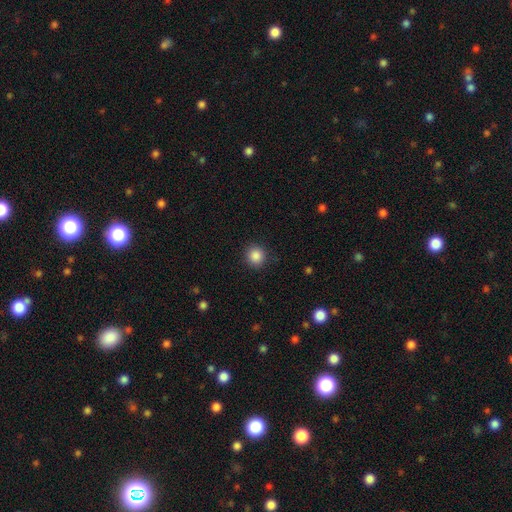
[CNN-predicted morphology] Smooth or featured: smooth — 87% (star or artifact — 10%)
How rounded: round — 93% (in between — 6%)
Merging: none — 90% (minor disturbance — 7%)